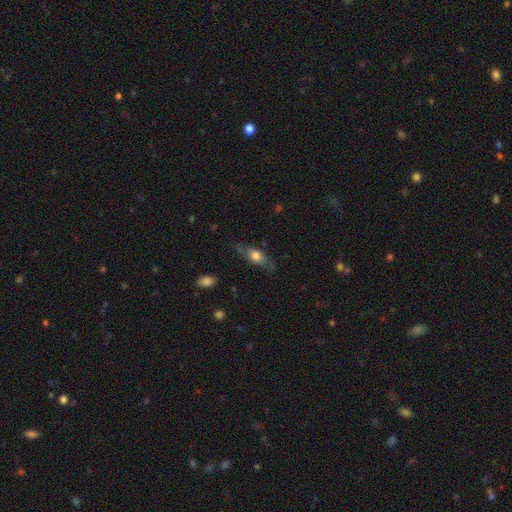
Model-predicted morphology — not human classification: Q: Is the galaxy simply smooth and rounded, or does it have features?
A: smooth — 53%.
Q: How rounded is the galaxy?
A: in between — 57%.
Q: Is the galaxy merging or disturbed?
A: none — 73%.